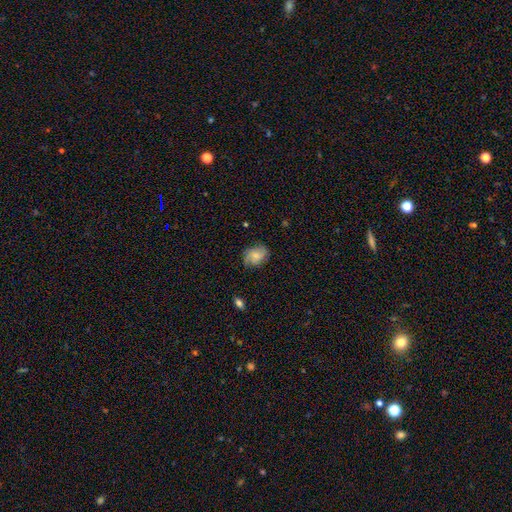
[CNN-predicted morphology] smooth 54%, featured or disk 37%, star or artifact 8%. Down the decision tree: how rounded — in between (62%); merging — none (71%).